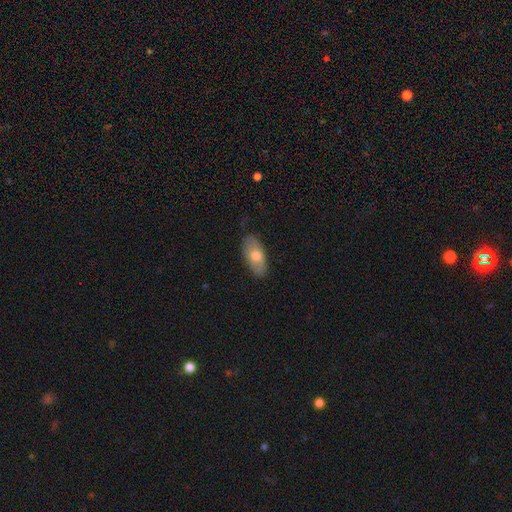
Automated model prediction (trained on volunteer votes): A smooth galaxy with no disk features (67%) that is in between round and cigar-shaped (90%). Merging: none (83%).